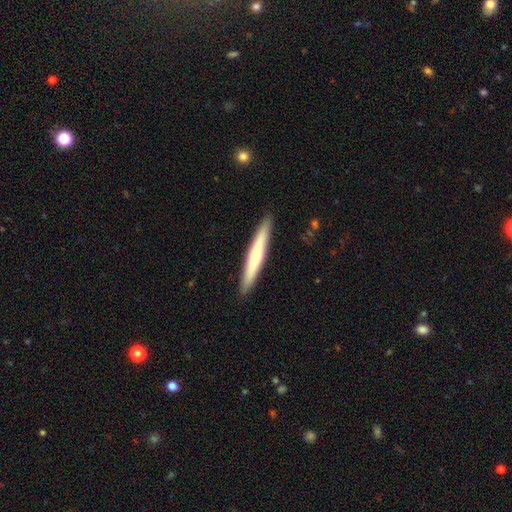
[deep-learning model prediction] smooth-or-featured: smooth: 54% | featured or disk: 41% | star or artifact: 5%
  how-rounded: cigar-shaped: 95% | in between: 4% | round: 1%
  merging: none: 92% | minor disturbance: 6% | major disturbance: 1% | merger: 1%